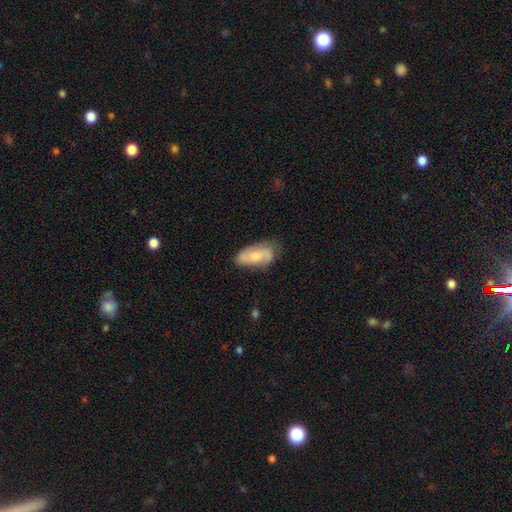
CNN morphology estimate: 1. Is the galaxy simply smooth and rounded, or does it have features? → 50% smooth, 43% featured or disk, 7% star or artifact.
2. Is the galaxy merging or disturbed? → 63% none, 27% minor disturbance, 8% major disturbance, 2% merger.